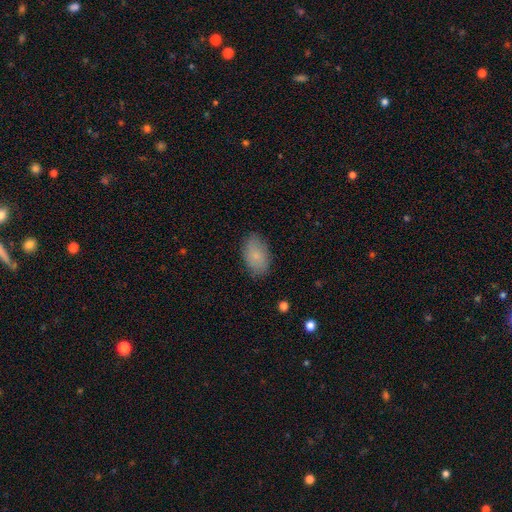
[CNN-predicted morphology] Smooth or featured?
  - smooth: 83% *
  - featured or disk: 10%
  - star or artifact: 7%
How rounded?
  - in between: 91% *
  - round: 8%
  - cigar-shaped: 1%
Merging?
  - none: 83% *
  - minor disturbance: 13%
  - major disturbance: 3%
  - merger: 1%